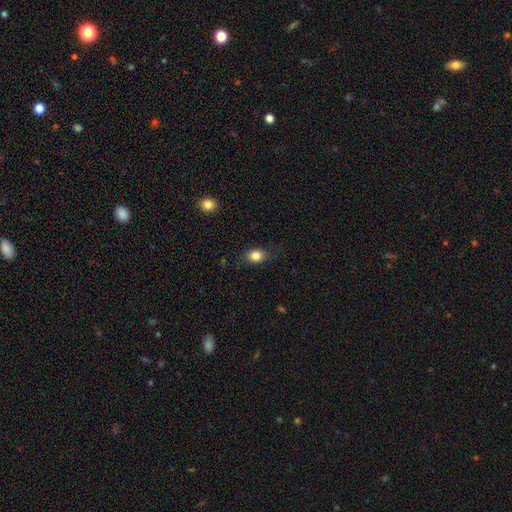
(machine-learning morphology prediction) Smooth or featured? smooth (83%)
How rounded? in between (55%)
Merging? none (79%)